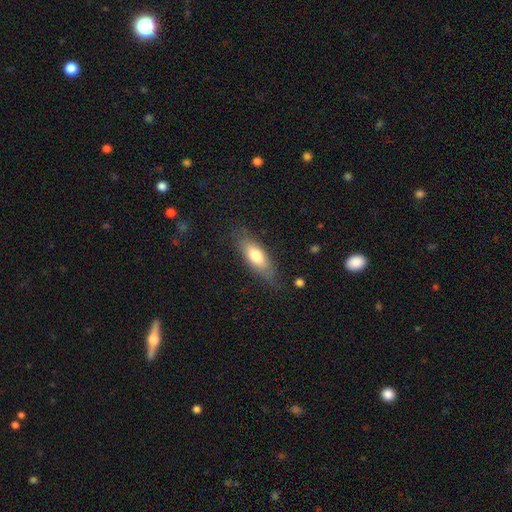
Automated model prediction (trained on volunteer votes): smooth 72%, featured or disk 22%, star or artifact 6%. Down the decision tree: how rounded — in between (70%); merging — none (75%).